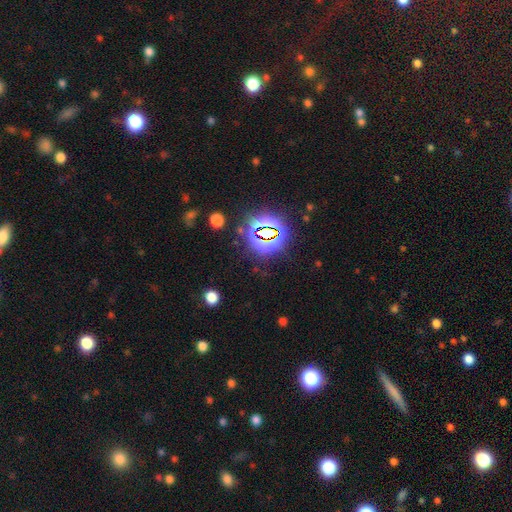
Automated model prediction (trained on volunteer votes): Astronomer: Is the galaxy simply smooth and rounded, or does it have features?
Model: star or artifact — 74%.